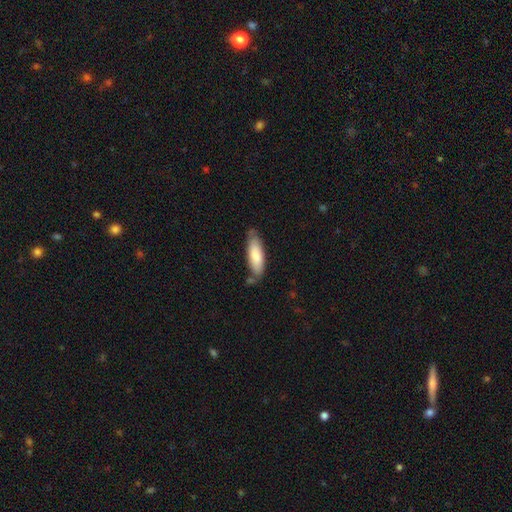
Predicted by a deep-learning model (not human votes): A smooth galaxy with no disk features (79%) that is in between round and cigar-shaped (53%).

Vote fractions:
- Smooth or featured? smooth: 79% / featured or disk: 15% / star or artifact: 5%
- How rounded? in between: 53% / cigar-shaped: 45% / round: 1%
- Merging? none: 67% / minor disturbance: 22% / merger: 6% / major disturbance: 4%